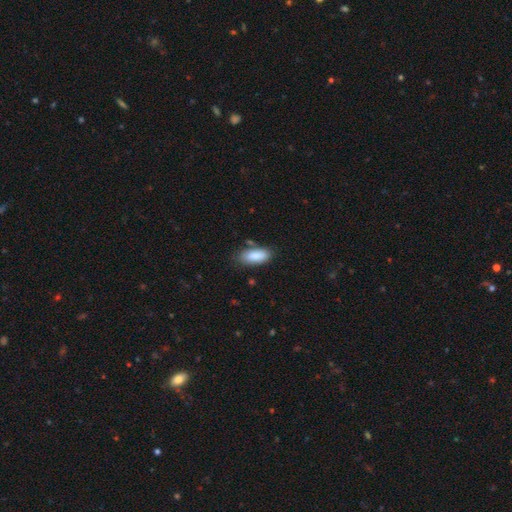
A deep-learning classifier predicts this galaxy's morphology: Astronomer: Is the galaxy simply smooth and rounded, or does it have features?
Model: smooth — 87%.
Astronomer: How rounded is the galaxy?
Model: in between — 88%.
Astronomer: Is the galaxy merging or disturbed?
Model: none — 75%.